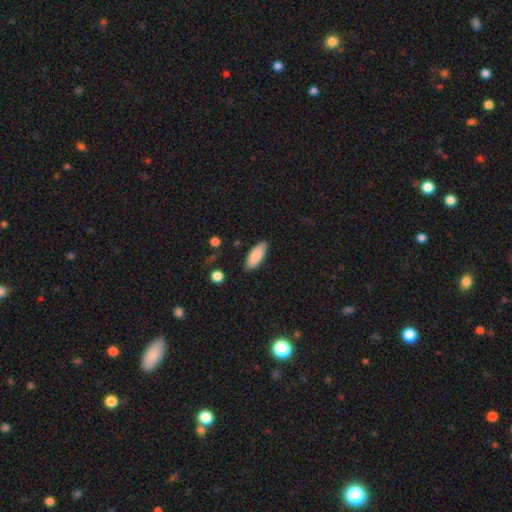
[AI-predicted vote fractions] Smooth or featured? Predicted: smooth (p=0.88). How rounded? Predicted: in between (p=0.82). Merging? Predicted: none (p=0.82).